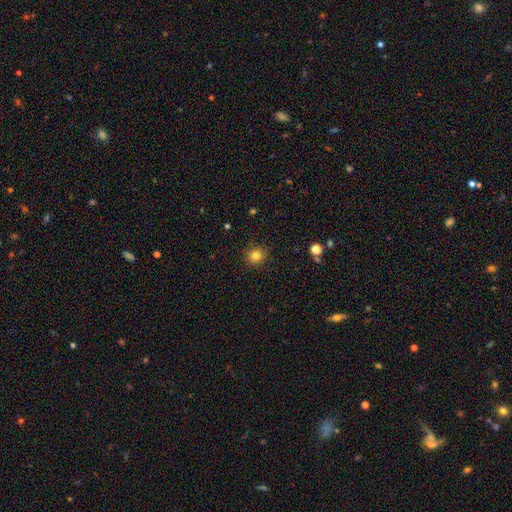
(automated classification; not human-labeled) Smooth or featured? smooth (82%)
How rounded? round (90%)
Merging? none (90%)